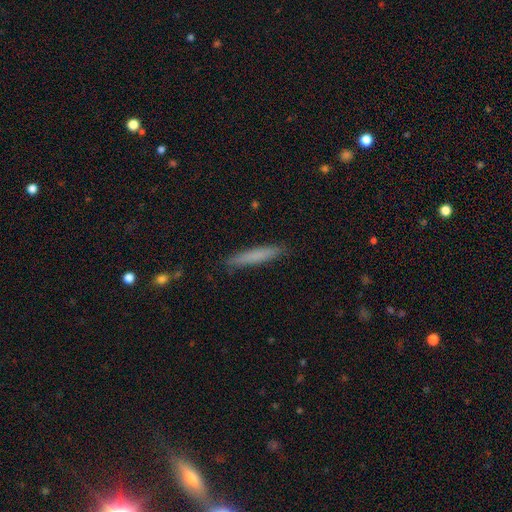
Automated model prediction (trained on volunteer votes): smooth 76%, featured or disk 17%, star or artifact 7%. Down the decision tree: how rounded — cigar-shaped (94%); merging — none (88%).